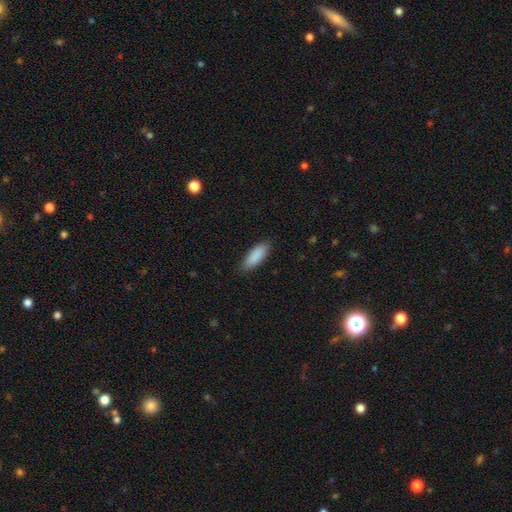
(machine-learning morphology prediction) A smooth galaxy with no disk features (90%) that is in between round and cigar-shaped (69%). Merging: none (87%).